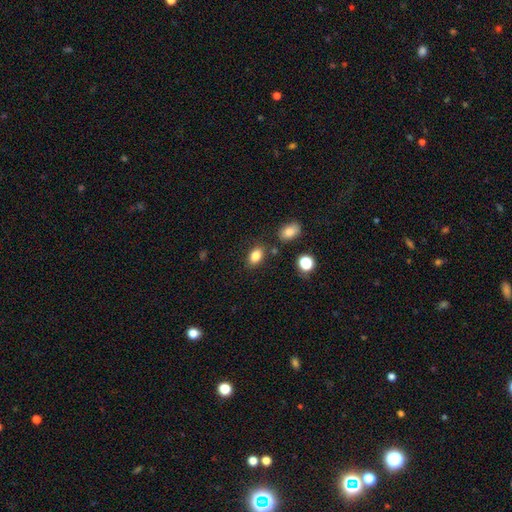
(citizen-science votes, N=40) smooth 82%, featured or disk 10%, star or artifact 8%. Down the decision tree: how rounded — in between (73%); merging — none (70%).